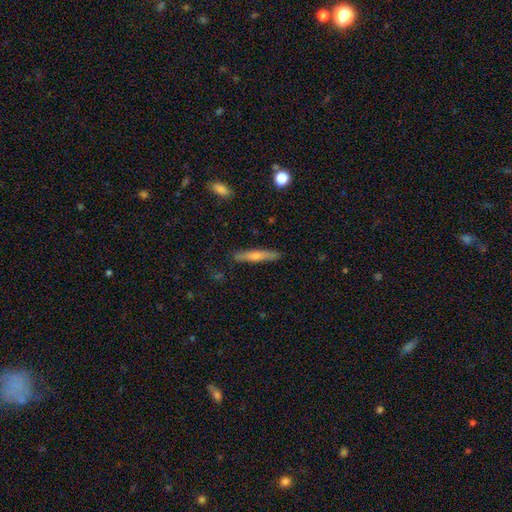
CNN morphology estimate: Smooth or featured? smooth (52%)
How rounded? cigar-shaped (93%)
Merging? none (88%)